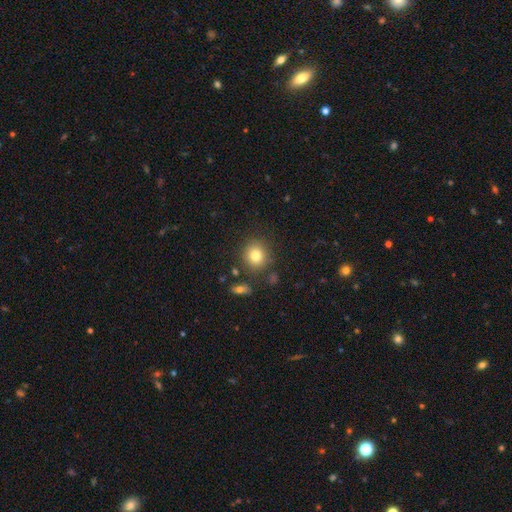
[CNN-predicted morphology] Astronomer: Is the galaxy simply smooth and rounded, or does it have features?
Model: smooth — 80%.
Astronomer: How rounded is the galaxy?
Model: round — 85%.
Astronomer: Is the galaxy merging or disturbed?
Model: none — 83%.